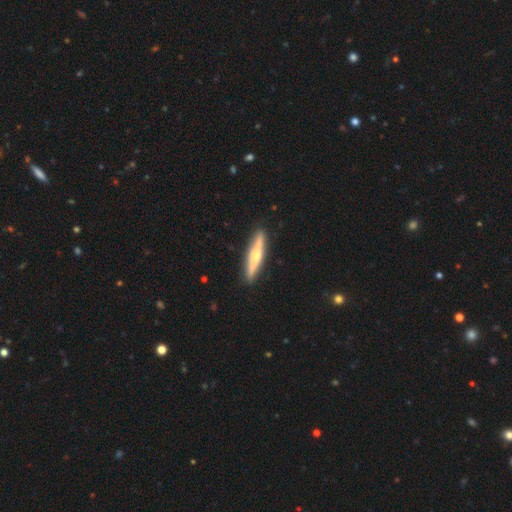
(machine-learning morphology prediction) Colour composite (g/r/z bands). It shows a featured or disk galaxy (58%) viewed edge-on (95%) with a rounded central bulge (84%). Merging: none (90%).